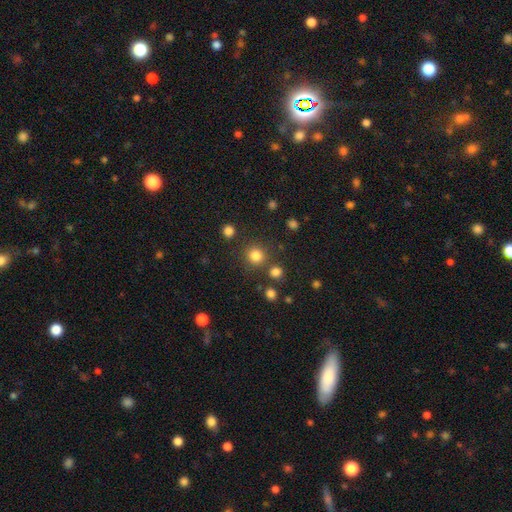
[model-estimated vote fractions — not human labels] smooth-or-featured: smooth: 82% | star or artifact: 13% | featured or disk: 4%
  how-rounded: round: 93% | in between: 6% | cigar-shaped: 1%
  merging: none: 84% | minor disturbance: 7% | merger: 6% | major disturbance: 3%